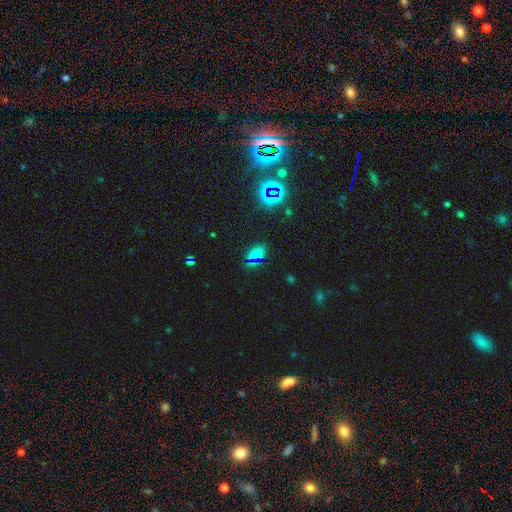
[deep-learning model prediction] A smooth galaxy with no disk features (55%) that is in between round and cigar-shaped (79%). Merging: none (80%).